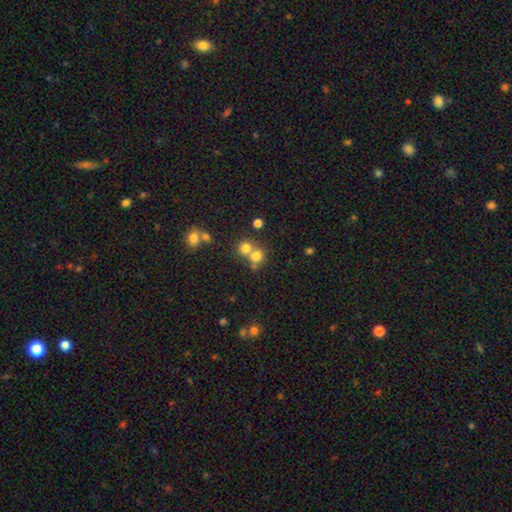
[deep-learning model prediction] Smooth or featured: smooth — 71% (star or artifact — 16%)
How rounded: round — 75% (in between — 24%)
Merging: merger — 52% (none — 38%)